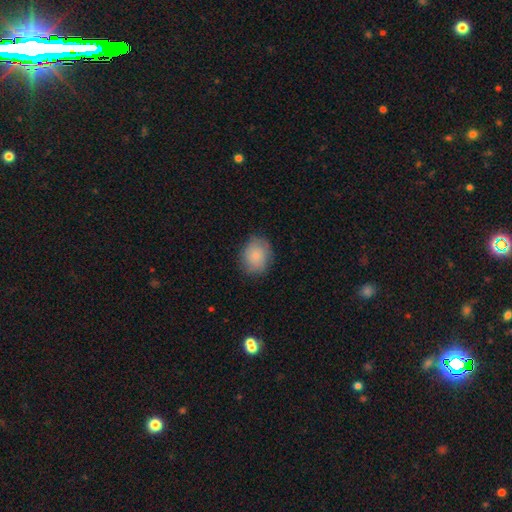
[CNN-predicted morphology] smooth-or-featured: smooth: 84% | featured or disk: 9% | star or artifact: 7%
  how-rounded: round: 57% | in between: 42% | cigar-shaped: 1%
  merging: none: 80% | minor disturbance: 15% | major disturbance: 4% | merger: 1%